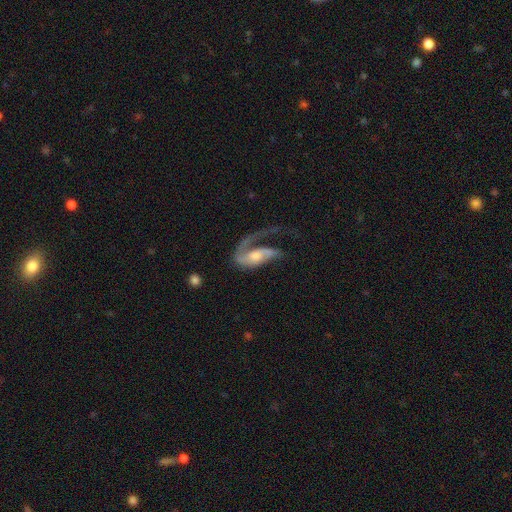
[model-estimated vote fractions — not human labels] Morphology: type=featured or disk (76%); edge-on=no (94%); bar=no (56%); spiral arms=yes (89%); winding=loose (54%); arm count=1 (71%); bulge=moderate (50%); merging=major disturbance (55%).